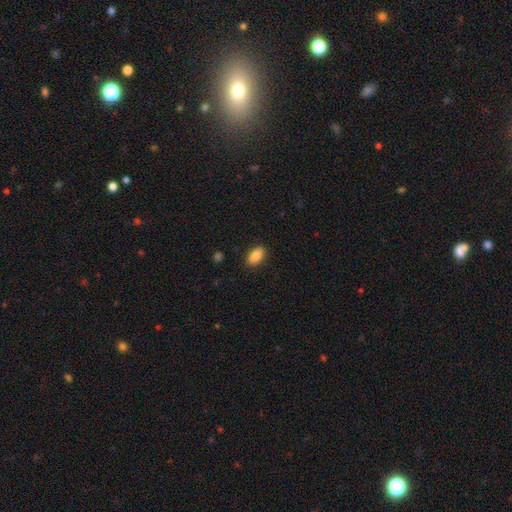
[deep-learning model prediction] Q: Smooth or featured?
A: smooth (88%); runner-up: star or artifact (7%)
Q: How rounded?
A: in between (92%); runner-up: round (5%)
Q: Merging?
A: none (88%); runner-up: minor disturbance (9%)